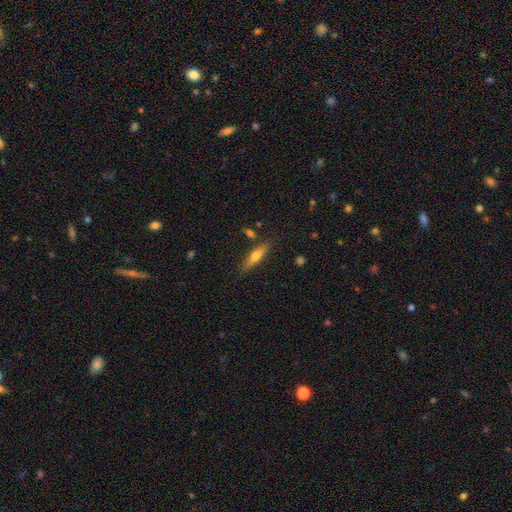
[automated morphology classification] smooth 58%, featured or disk 35%, star or artifact 7%. Down the decision tree: how rounded — cigar-shaped (68%); merging — none (79%).